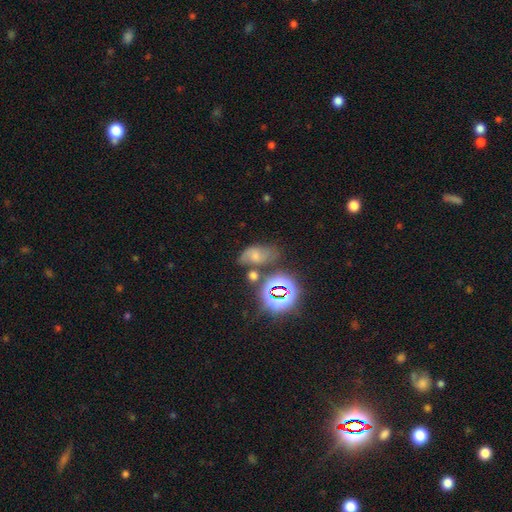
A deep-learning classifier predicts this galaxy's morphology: smooth-or-featured: star or artifact: 41% | featured or disk: 30% | smooth: 29%